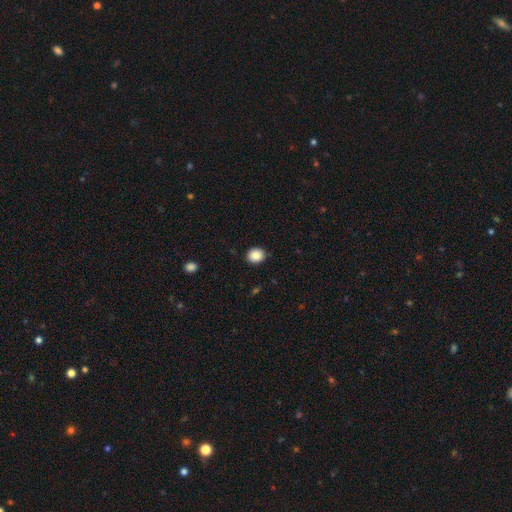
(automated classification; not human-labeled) Overall: smooth (88%). How rounded: round (74%). Merging: none (89%).